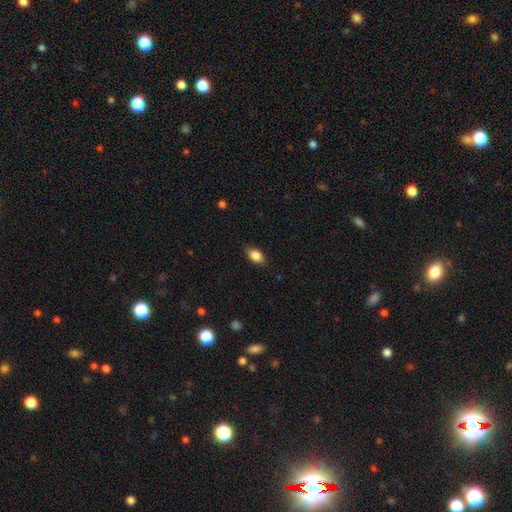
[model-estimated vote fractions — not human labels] Smooth or featured? Predicted: smooth (p=0.85). How rounded? Predicted: in between (p=0.89). Merging? Predicted: none (p=0.84).